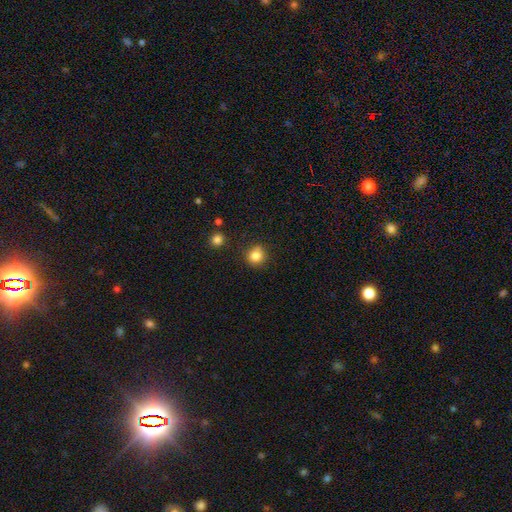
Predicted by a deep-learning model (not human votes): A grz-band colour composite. It shows a smooth galaxy with no disk features (84%) that is round (84%). Merging: none (83%).